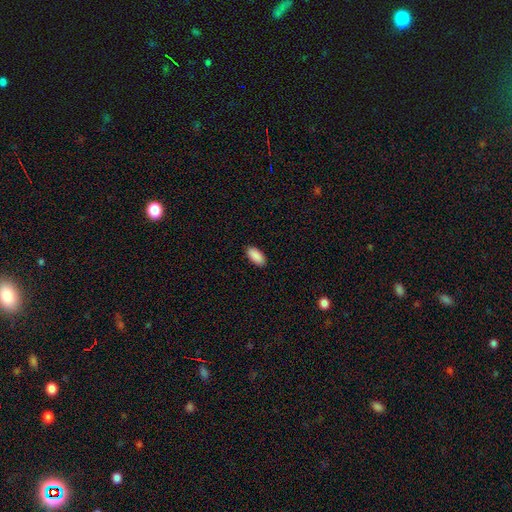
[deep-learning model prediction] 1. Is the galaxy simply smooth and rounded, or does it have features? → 91% smooth, 6% star or artifact, 3% featured or disk.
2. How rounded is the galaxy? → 92% in between, 6% cigar-shaped, 2% round.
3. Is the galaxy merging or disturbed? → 90% none, 7% minor disturbance, 2% major disturbance, 1% merger.